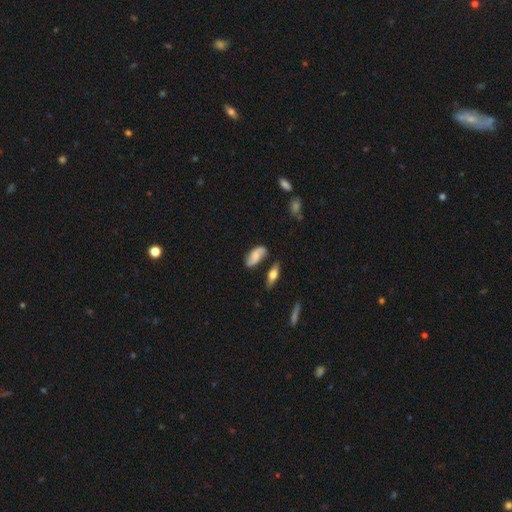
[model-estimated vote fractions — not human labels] Q: Smooth or featured?
A: featured or disk (50%); runner-up: smooth (42%)
Q: Edge-on disk?
A: no (89%); runner-up: yes (11%)
Q: Merging?
A: none (67%); runner-up: minor disturbance (20%)